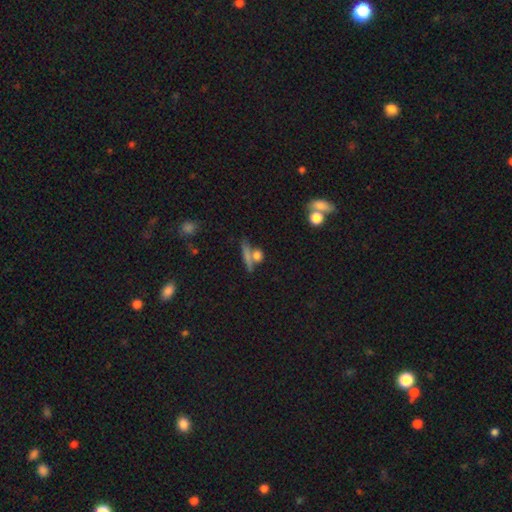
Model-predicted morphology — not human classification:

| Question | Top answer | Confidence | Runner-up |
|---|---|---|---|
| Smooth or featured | smooth | 68% | featured or disk (19%) |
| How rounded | round | 42% | cigar-shaped (32%) |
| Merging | none | 53% | merger (31%) |